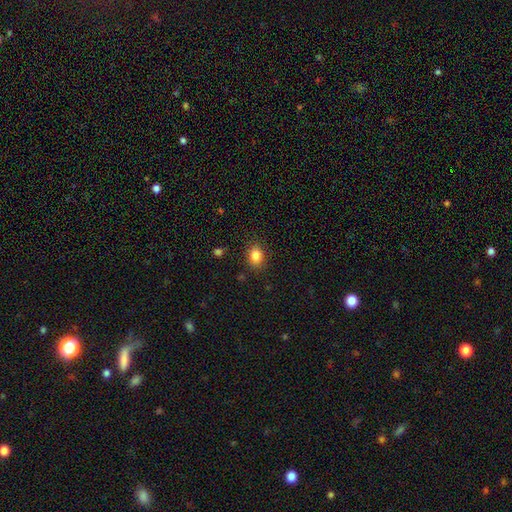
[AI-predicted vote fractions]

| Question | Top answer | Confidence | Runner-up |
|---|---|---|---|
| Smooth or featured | smooth | 85% | star or artifact (10%) |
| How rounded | in between | 61% | round (38%) |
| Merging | none | 85% | minor disturbance (10%) |